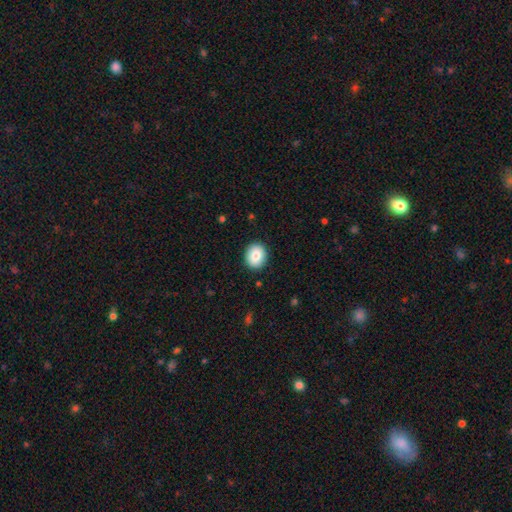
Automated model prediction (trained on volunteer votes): The model was most divided on "how rounded": round: 63%, in between: 36%, cigar-shaped: 1%. More confident: merging — none (89%); smooth or featured — smooth (82%).